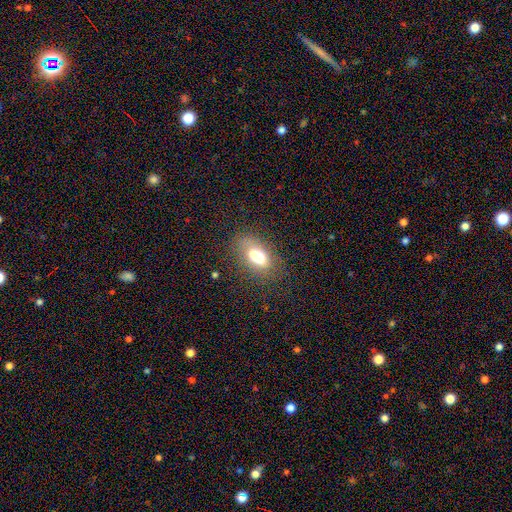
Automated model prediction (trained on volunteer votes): A smooth galaxy with no disk features (67%) that is in between round and cigar-shaped (87%). Merging: none (61%).